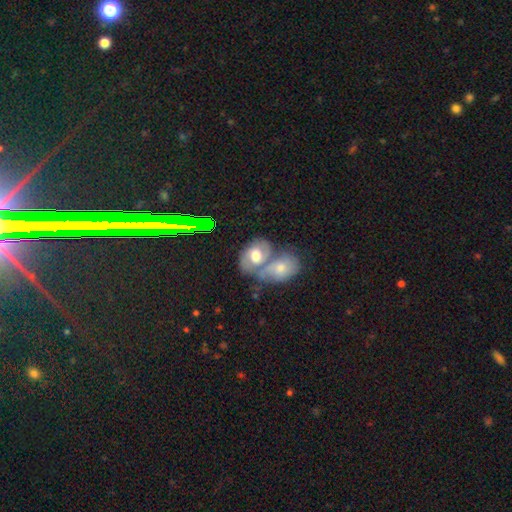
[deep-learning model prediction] This is possibly a smooth galaxy (45%, tied with featured or disk). Merging: likely merger (61%).